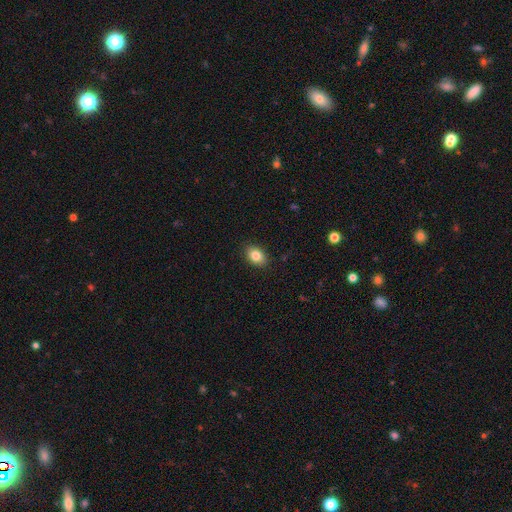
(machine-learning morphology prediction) Smooth or featured? smooth (84%)
How rounded? in between (78%)
Merging? none (88%)